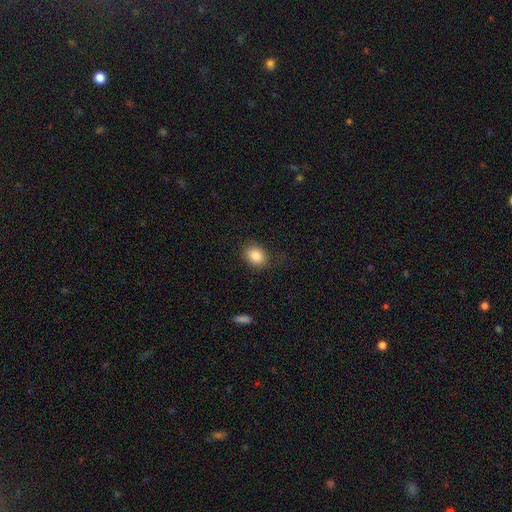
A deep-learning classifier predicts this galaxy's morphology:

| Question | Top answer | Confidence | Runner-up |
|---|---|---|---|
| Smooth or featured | smooth | 85% | star or artifact (9%) |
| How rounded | in between | 57% | round (42%) |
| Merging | none | 84% | minor disturbance (12%) |